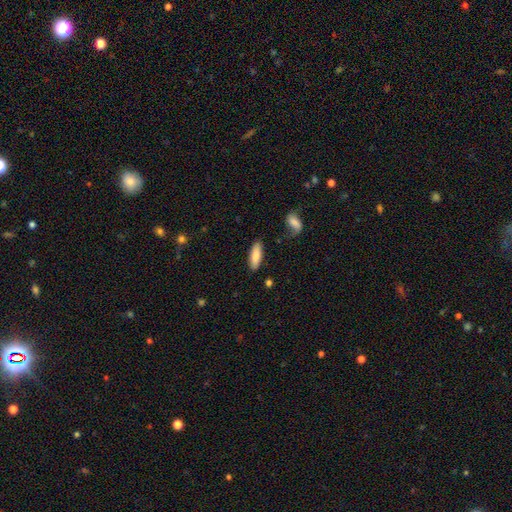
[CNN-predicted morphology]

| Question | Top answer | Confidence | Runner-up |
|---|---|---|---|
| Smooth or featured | smooth | 81% | featured or disk (13%) |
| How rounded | in between | 59% | cigar-shaped (40%) |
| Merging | none | 83% | minor disturbance (11%) |